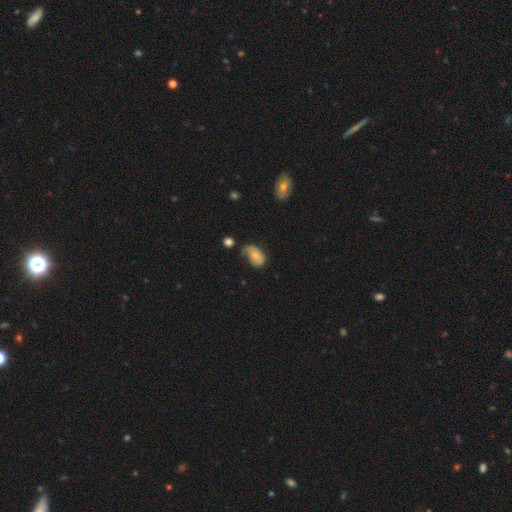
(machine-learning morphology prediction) Q: Smooth or featured?
A: smooth (56%); runner-up: featured or disk (36%)
Q: How rounded?
A: in between (86%); runner-up: round (12%)
Q: Merging?
A: minor disturbance (35%); runner-up: none (33%)